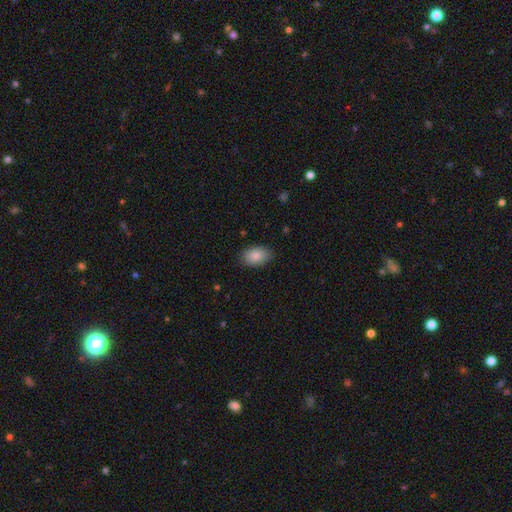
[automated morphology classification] Smooth or featured? smooth (87%)
How rounded? in between (91%)
Merging? none (86%)